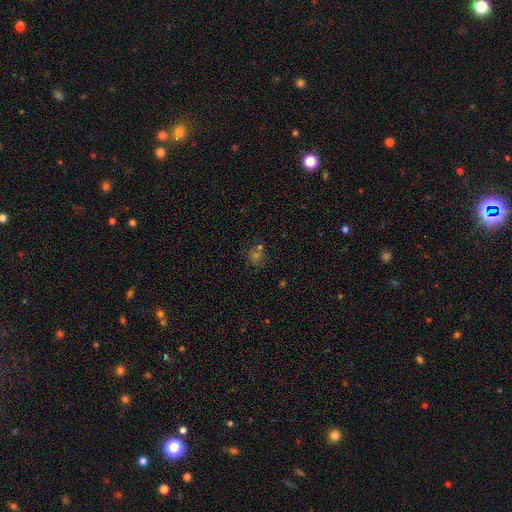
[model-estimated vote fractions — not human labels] This is marginally a smooth galaxy (44%). Merging: likely none (66%).